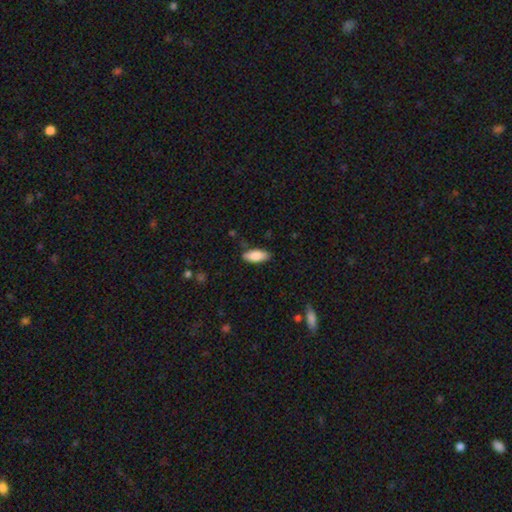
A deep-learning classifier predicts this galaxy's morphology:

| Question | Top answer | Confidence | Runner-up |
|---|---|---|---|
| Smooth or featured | smooth | 84% | featured or disk (10%) |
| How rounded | in between | 85% | cigar-shaped (13%) |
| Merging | none | 84% | minor disturbance (13%) |